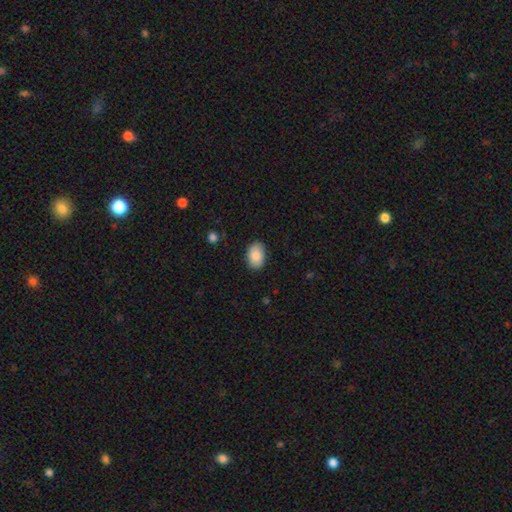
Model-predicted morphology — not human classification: Smooth or featured? Predicted: smooth (p=0.87). How rounded? Predicted: in between (p=0.86). Merging? Predicted: none (p=0.86).